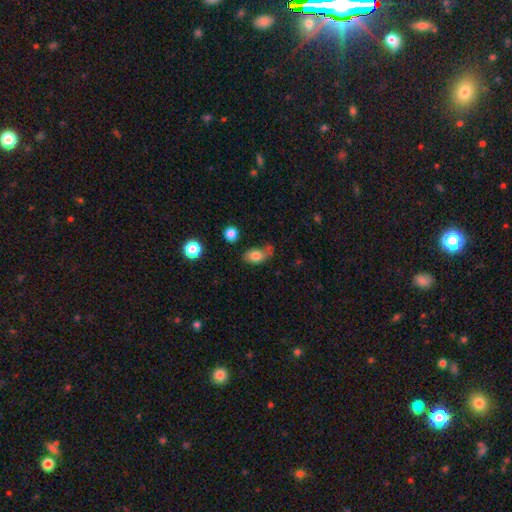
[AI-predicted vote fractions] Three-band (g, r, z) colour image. It shows a smooth galaxy with no disk features (79%) that is in between round and cigar-shaped (80%). Merging: none (43%).